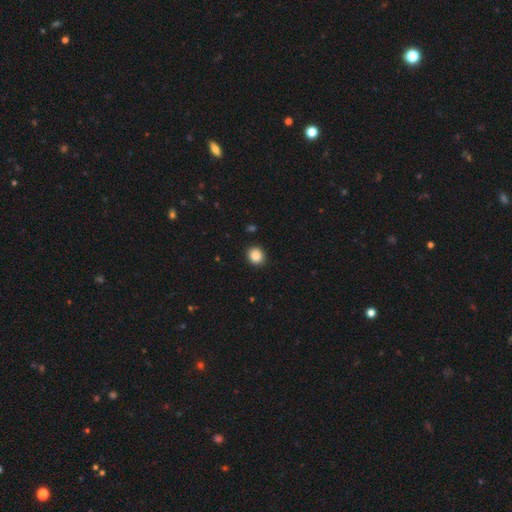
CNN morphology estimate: type=smooth (86%); roundness=round (81%); merging=none (92%).